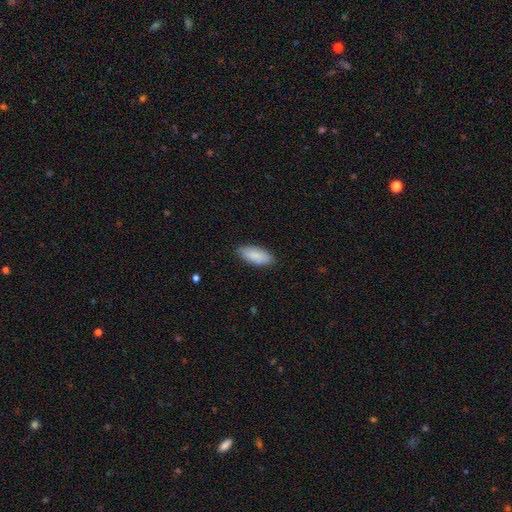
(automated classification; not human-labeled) Smooth or featured: smooth — 87% (featured or disk — 8%)
How rounded: in between — 83% (cigar-shaped — 15%)
Merging: none — 86% (minor disturbance — 11%)